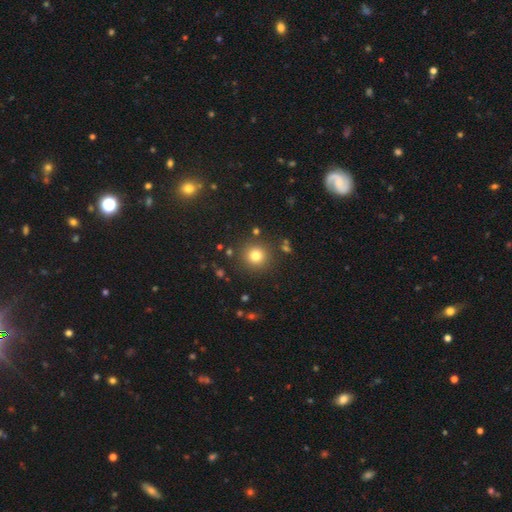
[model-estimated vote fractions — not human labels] smooth 79%, star or artifact 14%, featured or disk 7%. Down the decision tree: how rounded — round (94%); merging — none (88%).